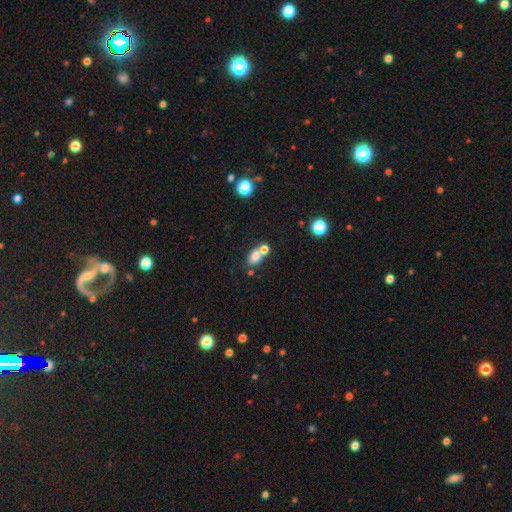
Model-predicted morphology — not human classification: This is likely a smooth galaxy (77%). How rounded: likely in between (61%). Merging: possibly merger (50%).